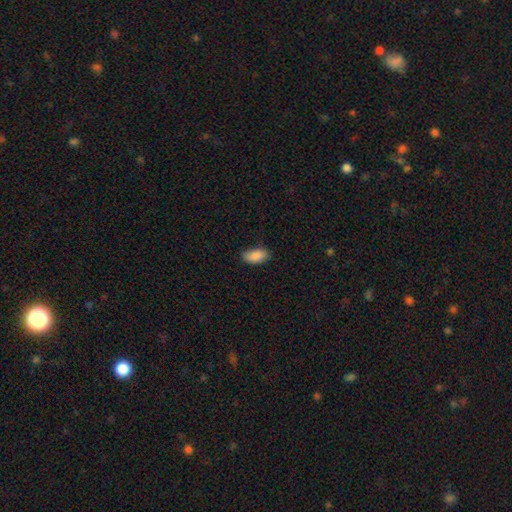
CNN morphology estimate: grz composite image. It shows a smooth galaxy with no disk features (88%) that is in between round and cigar-shaped (94%). Merging: none (75%).